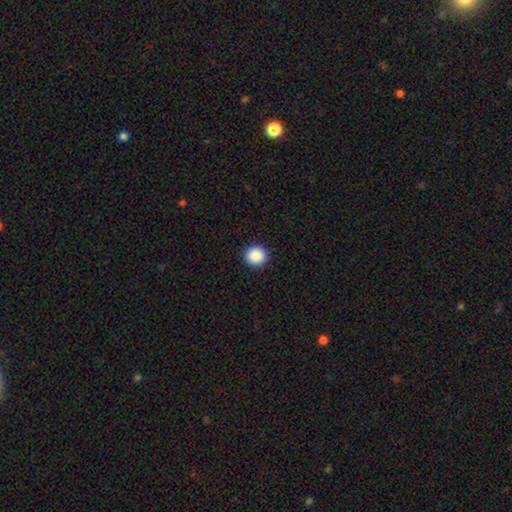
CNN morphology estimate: smooth-or-featured: smooth: 89% | star or artifact: 9% | featured or disk: 3%
  how-rounded: round: 94% | in between: 5% | cigar-shaped: 1%
  merging: none: 93% | minor disturbance: 4% | major disturbance: 1% | merger: 1%